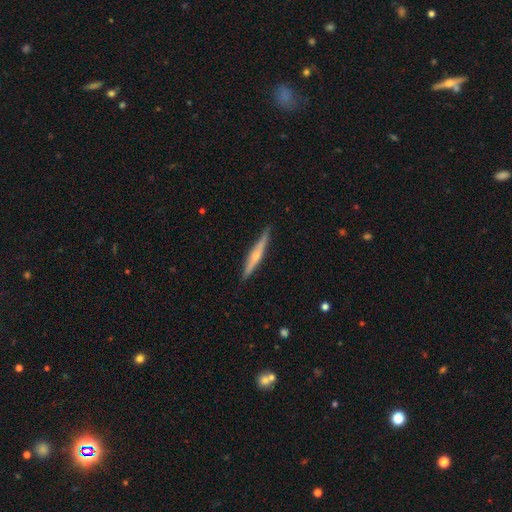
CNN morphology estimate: smooth_or_featured: featured or disk (p=0.56) [alt: smooth p=0.39]
disk_edge_on: yes (p=0.97) [alt: no p=0.03]
edge_on_bulge: rounded (p=0.68) [alt: none p=0.24]
merging: none (p=0.87) [alt: minor disturbance p=0.10]